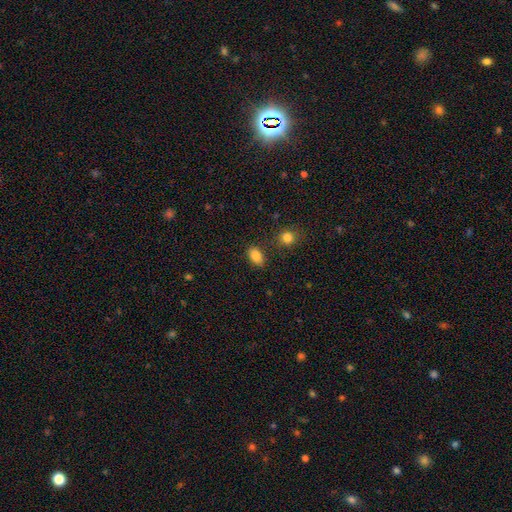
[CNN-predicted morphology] Smooth or featured?
  - smooth: 86% *
  - star or artifact: 9%
  - featured or disk: 5%
How rounded?
  - in between: 88% *
  - round: 10%
  - cigar-shaped: 2%
Merging?
  - none: 82% *
  - minor disturbance: 12%
  - merger: 3%
  - major disturbance: 3%